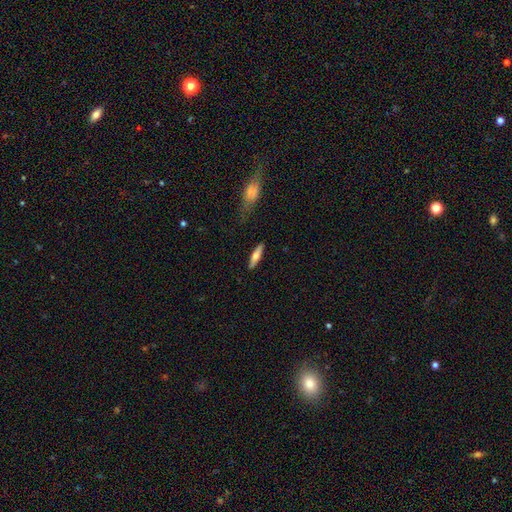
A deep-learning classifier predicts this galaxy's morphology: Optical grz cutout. It shows a smooth galaxy with no disk features (58%) that is cigar-shaped (70%). Merging: none (86%).